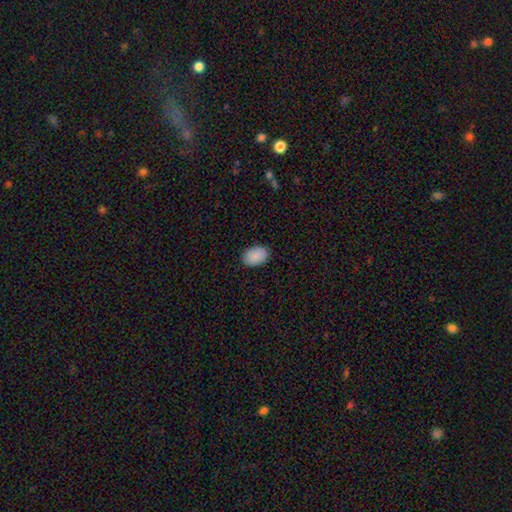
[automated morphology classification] Smooth or featured: smooth — 90% (star or artifact — 6%)
How rounded: in between — 88% (round — 11%)
Merging: none — 89% (minor disturbance — 9%)